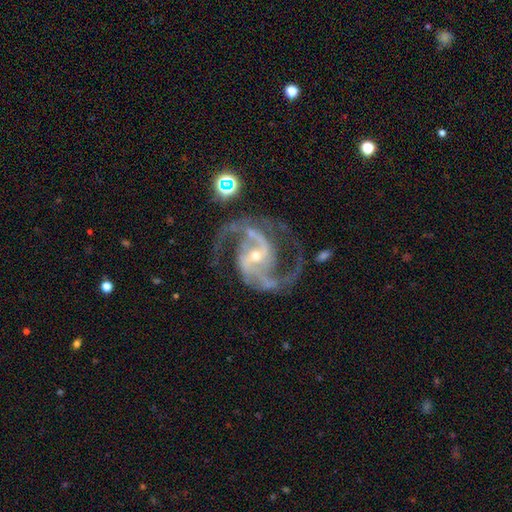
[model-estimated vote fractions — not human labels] This is clearly a featured or disk galaxy (93%). It is clearly not viewed edge-on (98%). Bar: marginally weak (38%). Spiral arm pattern: clearly yes (98%). Spiral arm count: clearly 2 (92%). Spiral winding: likely medium (67%). Central bulge: likely small (64%). Merging: likely none (73%).